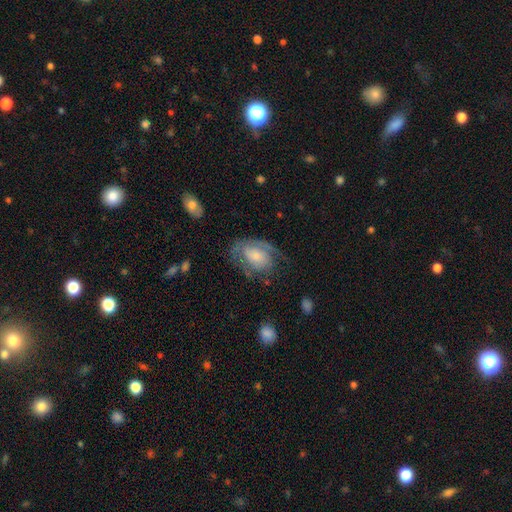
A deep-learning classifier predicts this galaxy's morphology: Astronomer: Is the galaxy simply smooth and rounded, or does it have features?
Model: featured or disk — 61%.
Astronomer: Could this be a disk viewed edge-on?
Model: no — 96%.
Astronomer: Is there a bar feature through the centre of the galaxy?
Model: no — 71%.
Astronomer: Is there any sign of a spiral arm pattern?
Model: yes — 77%.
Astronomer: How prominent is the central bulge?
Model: small — 53% (runner-up: moderate, 31%).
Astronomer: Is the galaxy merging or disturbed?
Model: none — 54%.